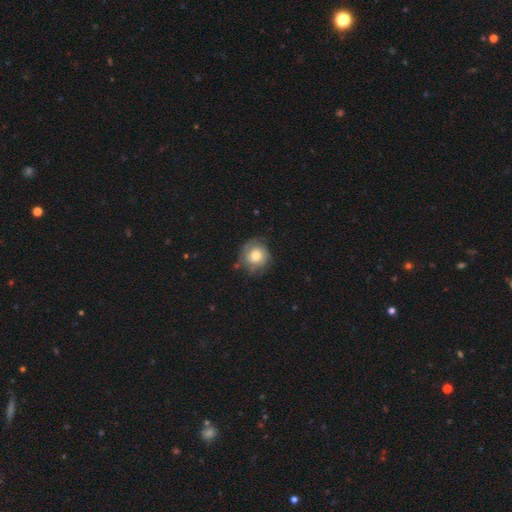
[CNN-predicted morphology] Smooth or featured? smooth (49%)
Merging? none (71%)